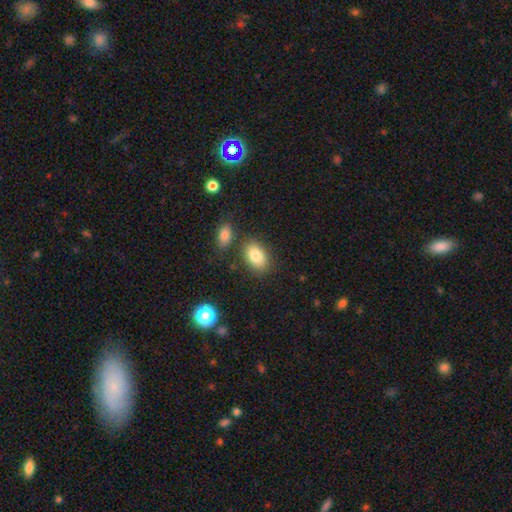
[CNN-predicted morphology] A smooth galaxy with no disk features (82%) that is in between round and cigar-shaped (88%). Merging: none (77%).